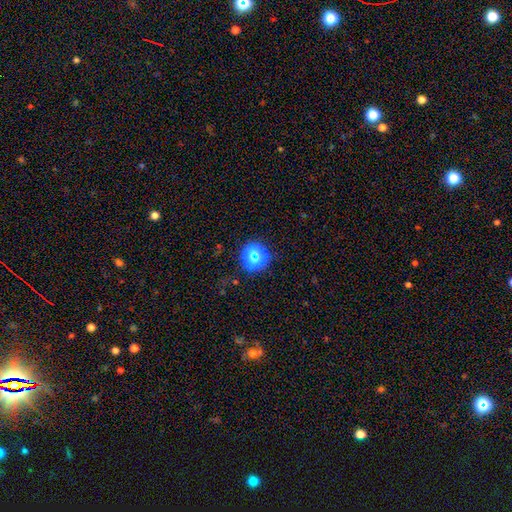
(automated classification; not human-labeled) Q: Smooth or featured?
A: star or artifact (53%); runner-up: smooth (38%)